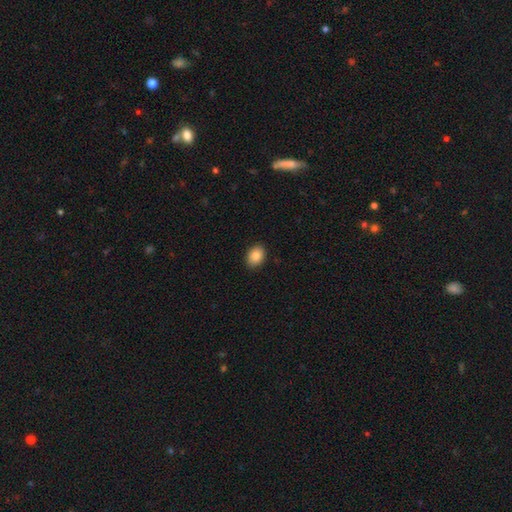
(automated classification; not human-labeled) Overall: smooth (88%). How rounded: in between (73%). Merging: none (90%).